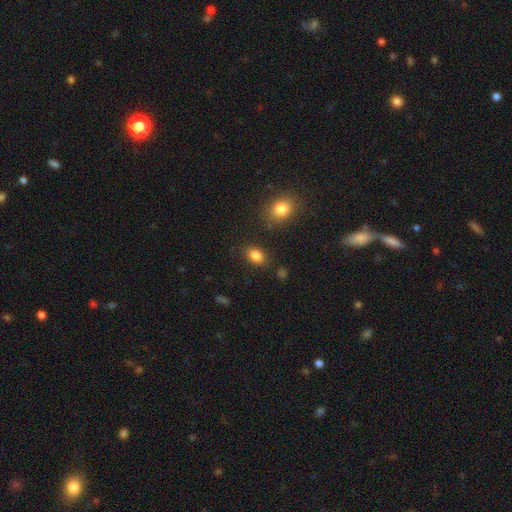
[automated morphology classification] smooth_or_featured: smooth (p=0.85) [alt: star or artifact p=0.09]
how_rounded: in between (p=0.81) [alt: round p=0.17]
merging: none (p=0.83) [alt: minor disturbance p=0.11]